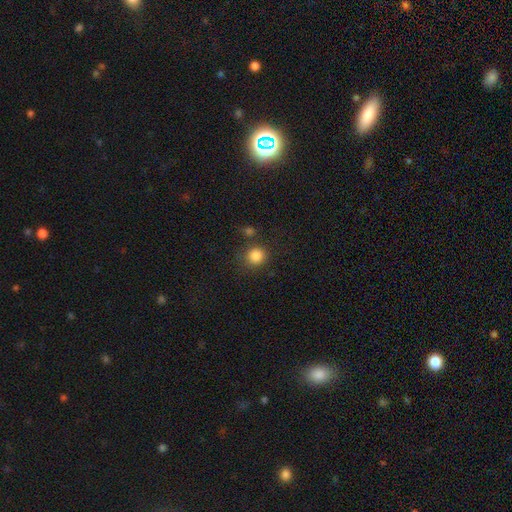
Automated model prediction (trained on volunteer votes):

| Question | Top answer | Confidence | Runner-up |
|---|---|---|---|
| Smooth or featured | smooth | 85% | star or artifact (11%) |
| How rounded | round | 88% | in between (11%) |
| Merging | none | 77% | minor disturbance (11%) |